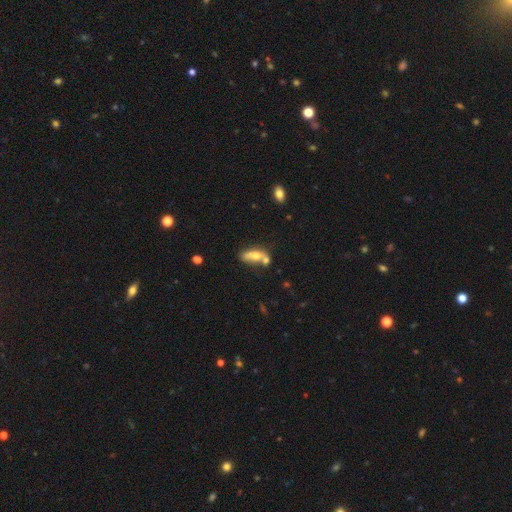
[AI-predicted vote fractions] Smooth or featured? smooth (58%)
How rounded? in between (72%)
Merging? merger (41%)